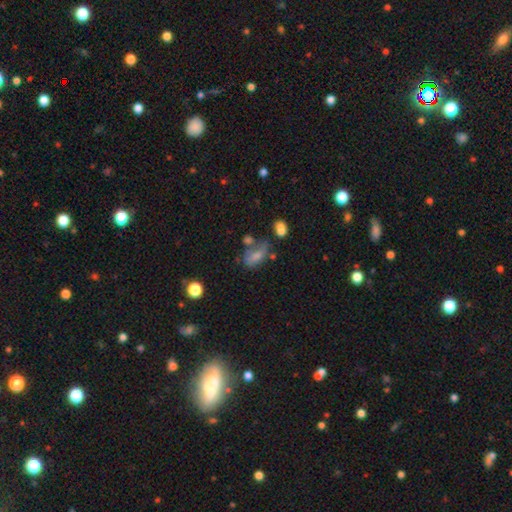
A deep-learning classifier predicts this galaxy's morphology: Smooth or featured? Predicted: smooth (p=0.66). How rounded? Predicted: in between (p=0.86). Merging? Predicted: none (p=0.34).